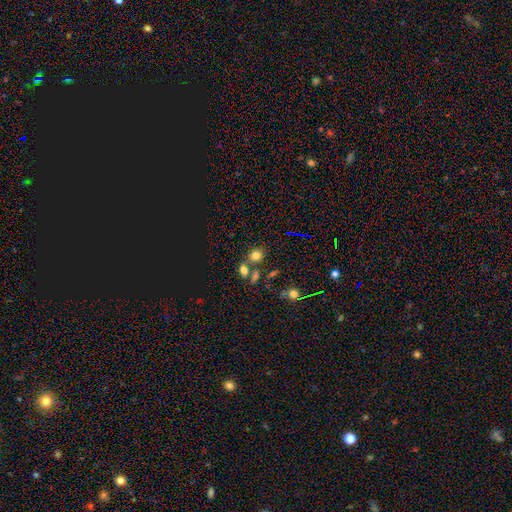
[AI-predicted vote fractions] smooth 75%, star or artifact 16%, featured or disk 9%. Down the decision tree: how rounded — round (67%); merging — none (61%).